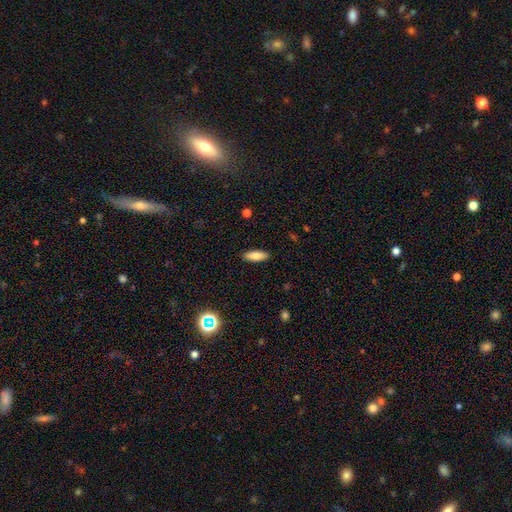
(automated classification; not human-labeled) The model was most divided on "how rounded": in between: 67%, cigar-shaped: 31%, round: 2%. More confident: merging — none (89%); smooth or featured — smooth (84%).